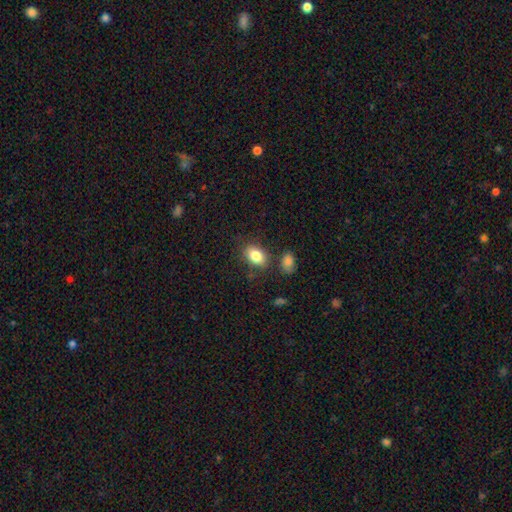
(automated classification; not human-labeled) A smooth galaxy with no disk features (84%) that is in between round and cigar-shaped (84%).

Vote fractions:
- Smooth or featured? smooth: 84% / featured or disk: 8% / star or artifact: 8%
- How rounded? in between: 84% / round: 15% / cigar-shaped: 1%
- Merging? none: 76% / minor disturbance: 13% / merger: 7% / major disturbance: 4%